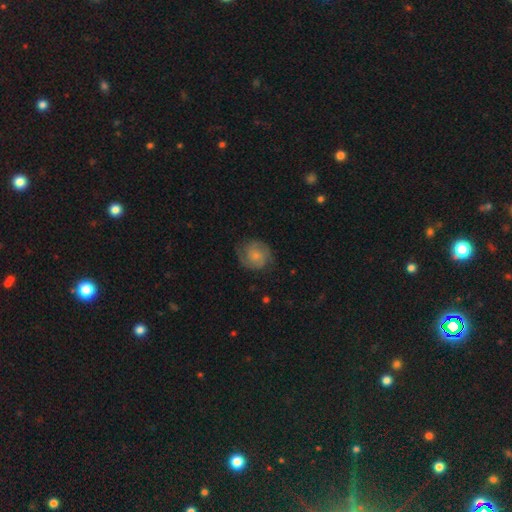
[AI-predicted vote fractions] A featured or disk galaxy (69%) with no bar (73%), 2 (73%) tight (47%) spiral arms (93%) and a small central bulge (67%). Merging: none (74%).